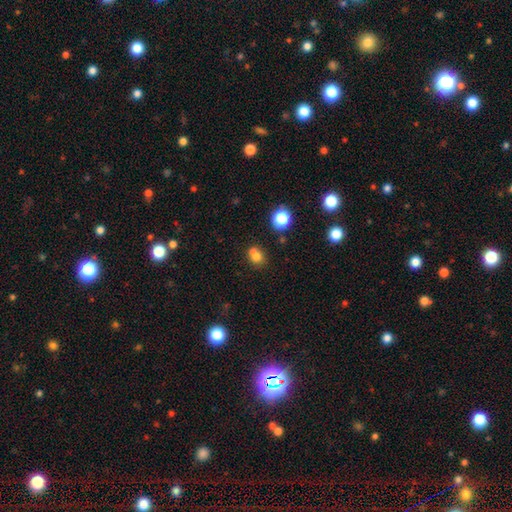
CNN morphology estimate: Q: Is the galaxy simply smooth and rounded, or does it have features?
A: smooth — 74%.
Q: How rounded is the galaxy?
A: round — 70%.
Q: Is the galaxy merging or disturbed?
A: merger — 44%.